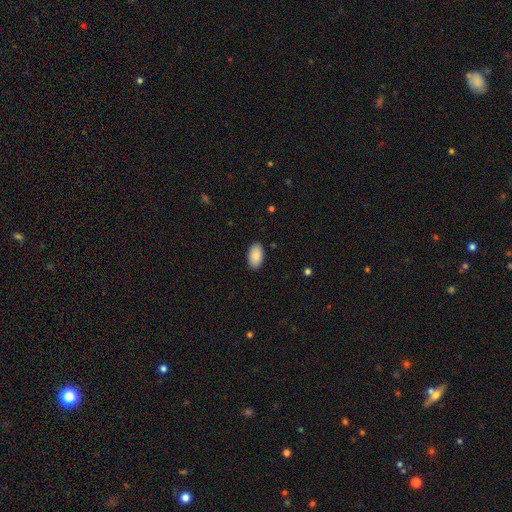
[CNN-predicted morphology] type=smooth (87%); roundness=in between (95%); merging=none (89%).